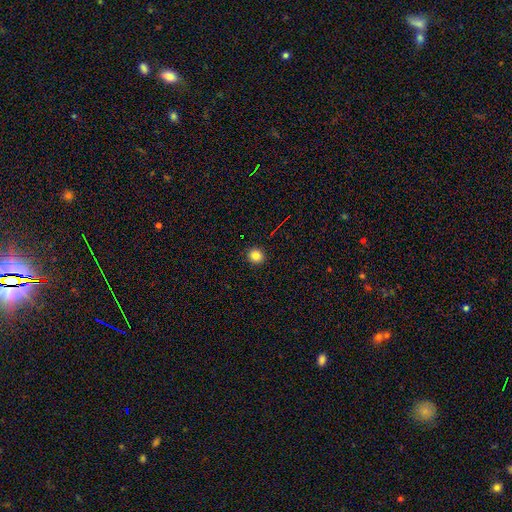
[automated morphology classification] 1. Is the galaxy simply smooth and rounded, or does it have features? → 82% smooth, 13% star or artifact, 5% featured or disk.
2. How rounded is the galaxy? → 90% round, 9% in between, 1% cigar-shaped.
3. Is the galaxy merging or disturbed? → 92% none, 5% minor disturbance, 2% major disturbance, 1% merger.